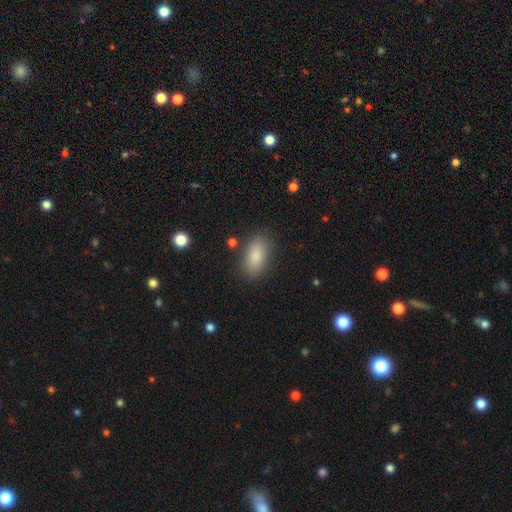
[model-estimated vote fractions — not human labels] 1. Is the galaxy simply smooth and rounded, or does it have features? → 85% smooth, 7% star or artifact, 7% featured or disk.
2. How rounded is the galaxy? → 90% in between, 5% cigar-shaped, 4% round.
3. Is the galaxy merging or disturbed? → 82% none, 12% minor disturbance, 4% major disturbance, 2% merger.